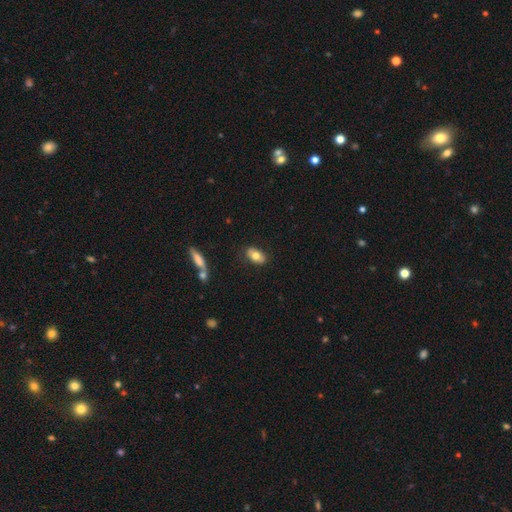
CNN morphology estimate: Smooth or featured?
  - smooth: 74% *
  - featured or disk: 19%
  - star or artifact: 7%
How rounded?
  - in between: 89% *
  - round: 7%
  - cigar-shaped: 4%
Merging?
  - none: 81% *
  - minor disturbance: 13%
  - major disturbance: 3%
  - merger: 3%